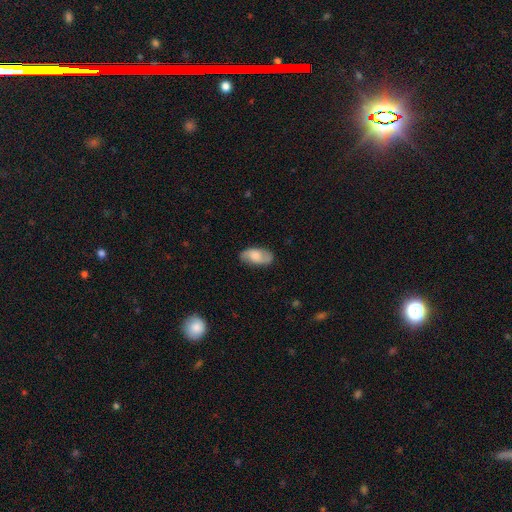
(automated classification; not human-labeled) smooth 55%, featured or disk 38%, star or artifact 7%. Down the decision tree: how rounded — in between (92%); merging — none (76%).